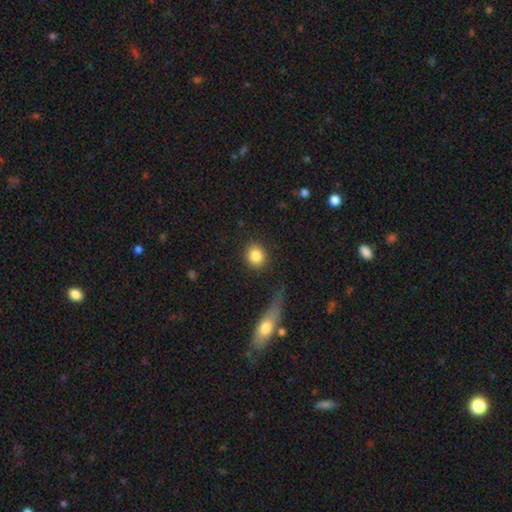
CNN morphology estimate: smooth_or_featured: smooth (p=0.85) [alt: star or artifact p=0.09]
how_rounded: round (p=0.82) [alt: in between p=0.16]
merging: none (p=0.87) [alt: minor disturbance p=0.07]